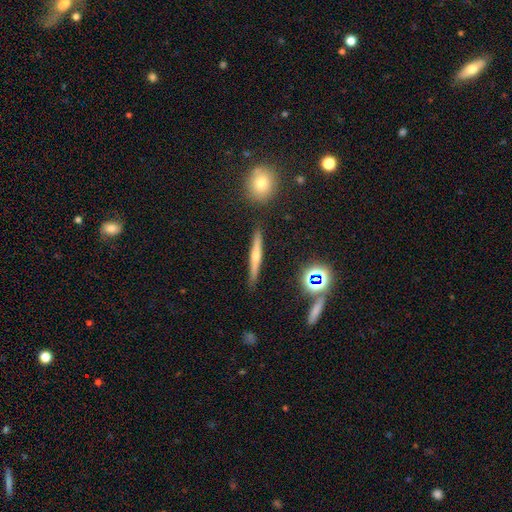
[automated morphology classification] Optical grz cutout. It shows a featured or disk galaxy (56%) viewed edge-on (96%) with a rounded central bulge (79%). Merging: none (88%).